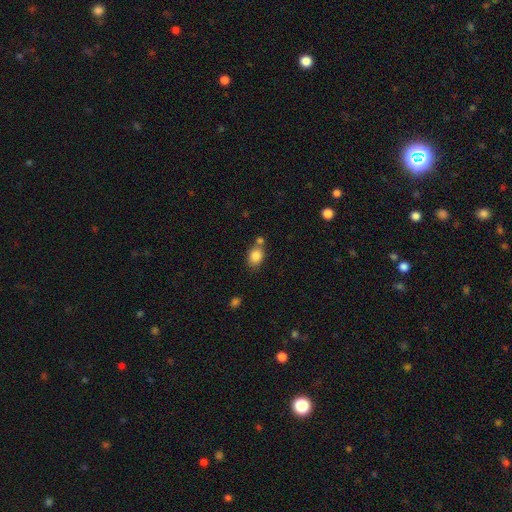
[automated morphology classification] smooth 85%, star or artifact 9%, featured or disk 6%. Down the decision tree: how rounded — in between (60%); merging — none (60%).